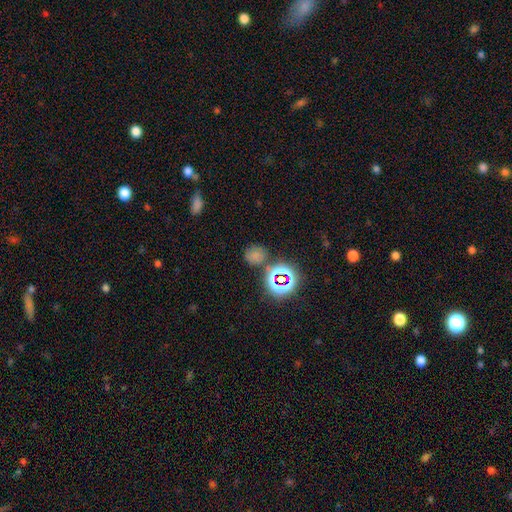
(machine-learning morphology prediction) The model was most divided on "smooth or featured": smooth: 63%, star or artifact: 30%, featured or disk: 7%. More confident: how rounded — round (75%); merging — none (71%).